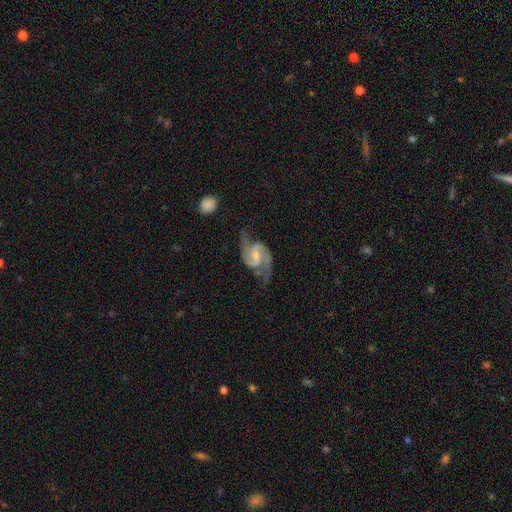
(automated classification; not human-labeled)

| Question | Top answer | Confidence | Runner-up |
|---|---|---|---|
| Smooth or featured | featured or disk | 91% | star or artifact (4%) |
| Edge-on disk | no | 98% | yes (2%) |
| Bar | weak | 48% | no (35%) |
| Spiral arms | yes | 98% | no (2%) |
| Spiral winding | medium | 53% | loose (35%) |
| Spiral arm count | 2 | 93% | can't tell (2%) |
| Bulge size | small | 57% | moderate (36%) |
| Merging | none | 71% | minor disturbance (18%) |